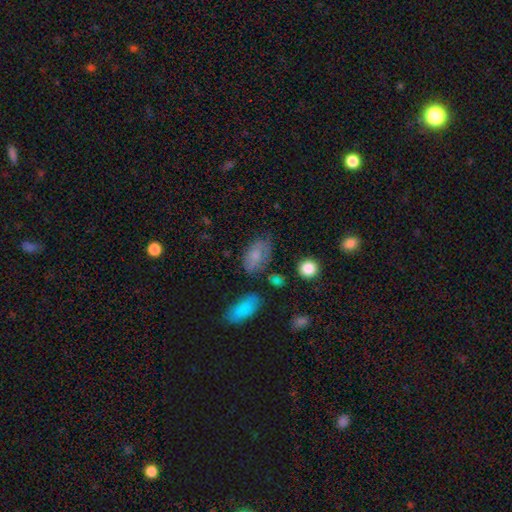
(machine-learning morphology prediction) Smooth or featured? Predicted: smooth (p=0.72). How rounded? Predicted: in between (p=0.89). Merging? Predicted: none (p=0.59).